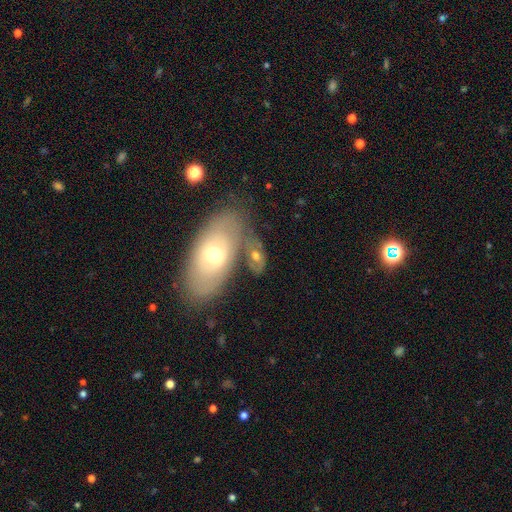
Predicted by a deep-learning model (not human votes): This is possibly a smooth galaxy (51%). How rounded: clearly in between (84%). Merging: marginally none (45%).